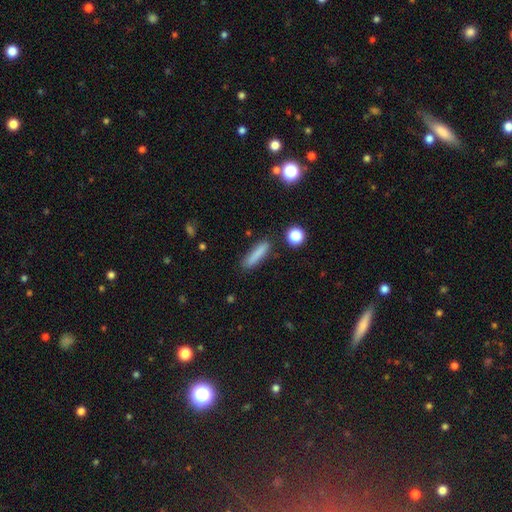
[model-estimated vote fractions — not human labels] This is clearly a smooth galaxy (82%). How rounded: clearly cigar-shaped (81%). Merging: clearly none (83%).